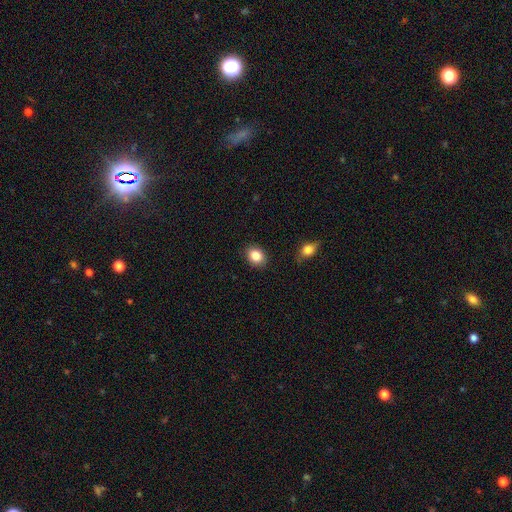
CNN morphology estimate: Q: Smooth or featured?
A: smooth (85%); runner-up: star or artifact (9%)
Q: How rounded?
A: in between (54%); runner-up: round (45%)
Q: Merging?
A: none (88%); runner-up: minor disturbance (8%)